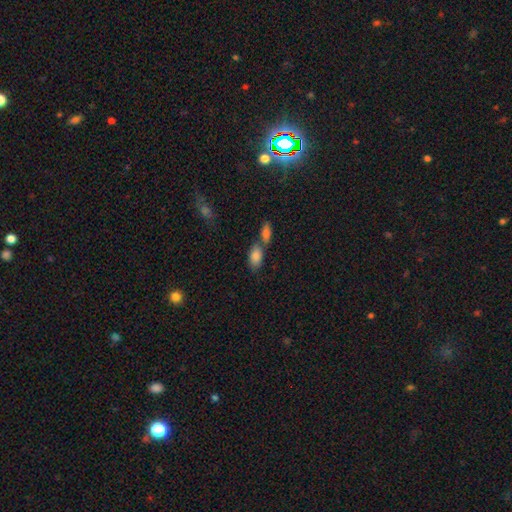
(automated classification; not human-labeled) A smooth galaxy with no disk features (84%) that is in between round and cigar-shaped (91%). Merging: merger (44%).